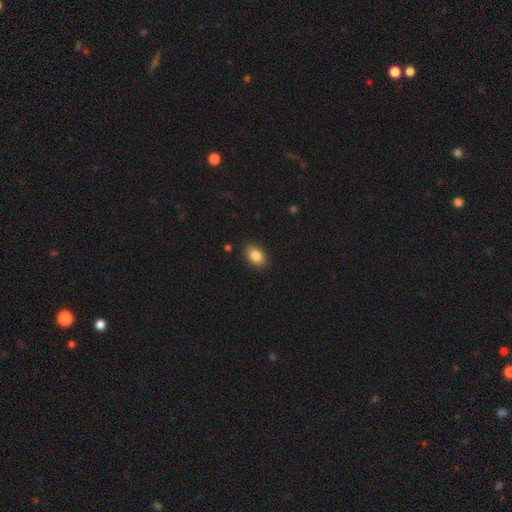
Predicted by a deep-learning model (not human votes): Smooth or featured?
  - smooth: 85% *
  - star or artifact: 8%
  - featured or disk: 7%
How rounded?
  - in between: 85% *
  - round: 14%
  - cigar-shaped: 1%
Merging?
  - none: 87% *
  - minor disturbance: 10%
  - major disturbance: 2%
  - merger: 1%